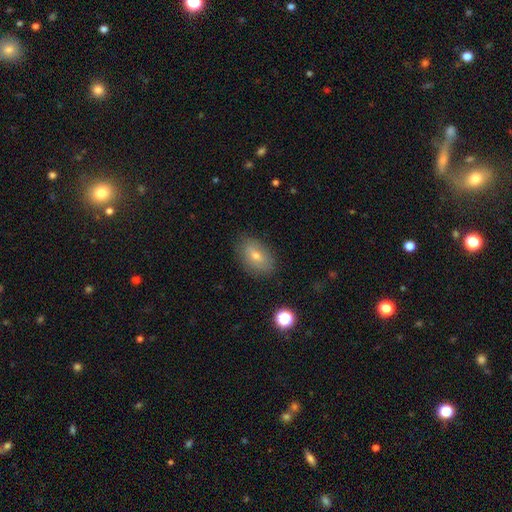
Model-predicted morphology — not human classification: Smooth or featured: smooth — 64% (featured or disk — 25%)
How rounded: in between — 86% (round — 12%)
Merging: none — 84% (minor disturbance — 11%)